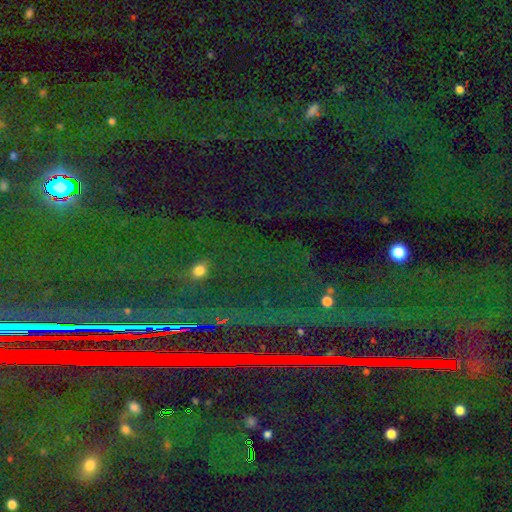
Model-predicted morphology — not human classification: star or artifact 87%, smooth 7%, featured or disk 7%.